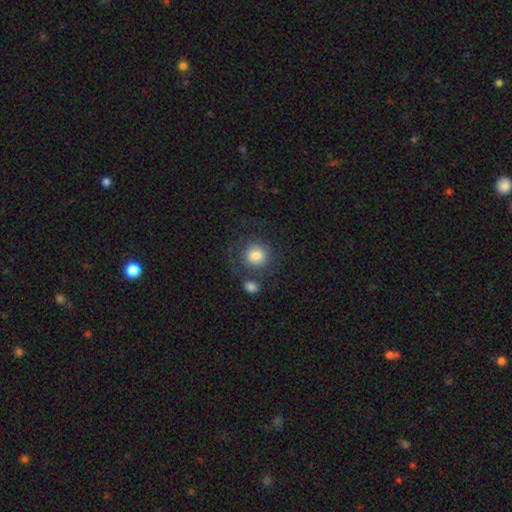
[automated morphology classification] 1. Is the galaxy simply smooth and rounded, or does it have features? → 79% smooth, 13% featured or disk, 8% star or artifact.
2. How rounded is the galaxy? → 87% round, 12% in between, 1% cigar-shaped.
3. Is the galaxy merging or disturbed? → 61% none, 14% minor disturbance, 14% merger, 11% major disturbance.